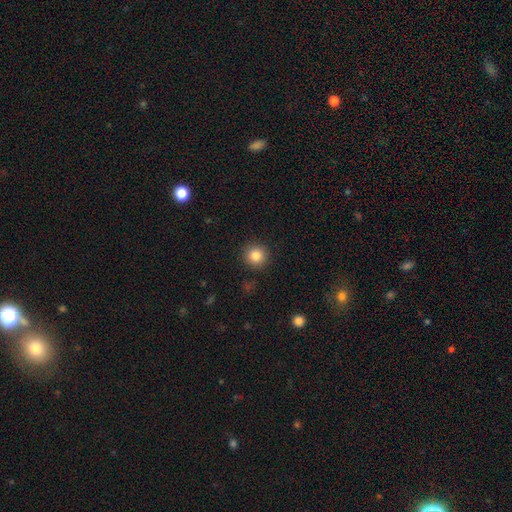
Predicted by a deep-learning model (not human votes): smooth 84%, star or artifact 10%, featured or disk 6%. Down the decision tree: how rounded — round (94%); merging — none (91%).